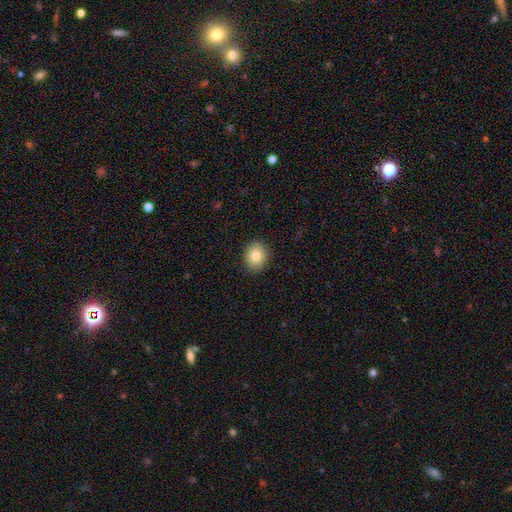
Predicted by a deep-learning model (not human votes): Smooth or featured? Predicted: smooth (p=0.82). How rounded? Predicted: round (p=0.62). Merging? Predicted: none (p=0.90).